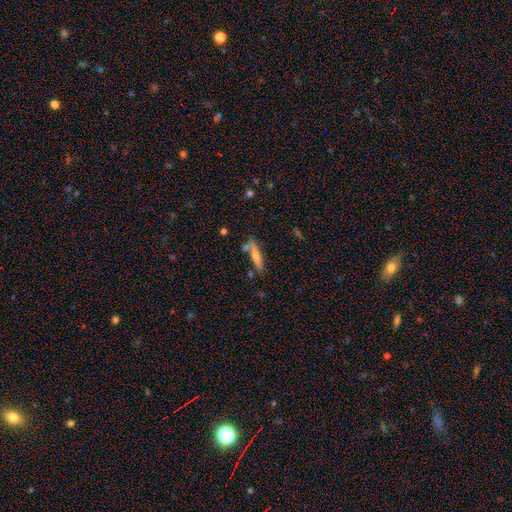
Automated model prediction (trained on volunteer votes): This appears to be a smooth galaxy with no disk features (53%) that is cigar-shaped (83%). Merging: none (69%).